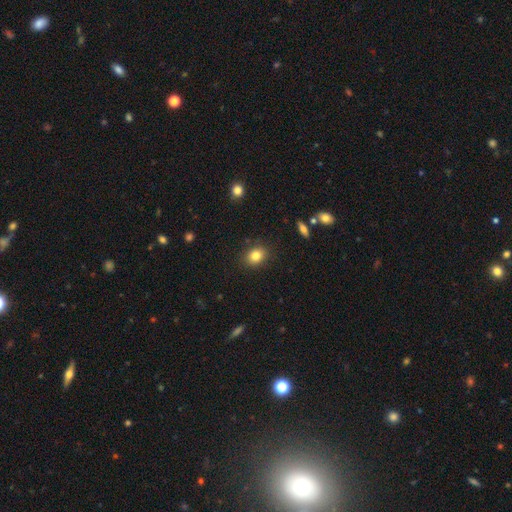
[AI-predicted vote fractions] Smooth or featured? Predicted: smooth (p=0.83). How rounded? Predicted: in between (p=0.52). Merging? Predicted: none (p=0.87).